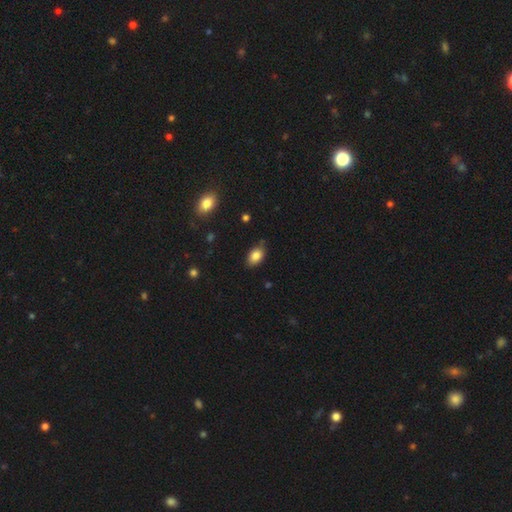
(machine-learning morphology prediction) Smooth or featured? Predicted: smooth (p=0.85). How rounded? Predicted: in between (p=0.87). Merging? Predicted: none (p=0.79).